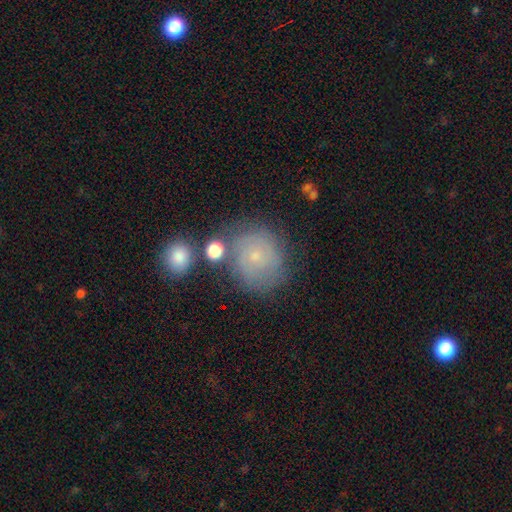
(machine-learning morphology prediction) A featured or disk galaxy (48%). Merging: none (67%).